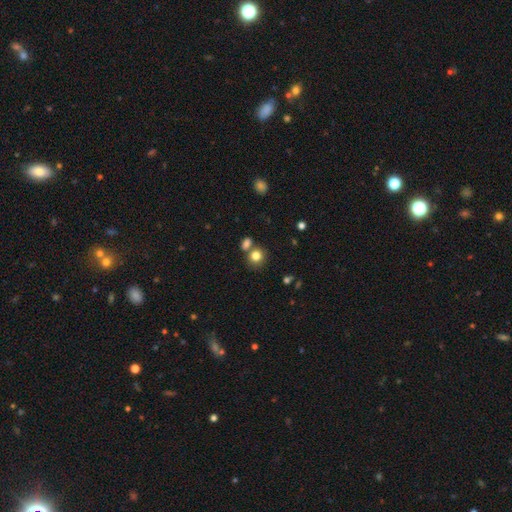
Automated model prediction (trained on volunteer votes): Q: Smooth or featured?
A: smooth (81%); runner-up: star or artifact (12%)
Q: How rounded?
A: round (78%); runner-up: in between (21%)
Q: Merging?
A: none (60%); runner-up: merger (27%)